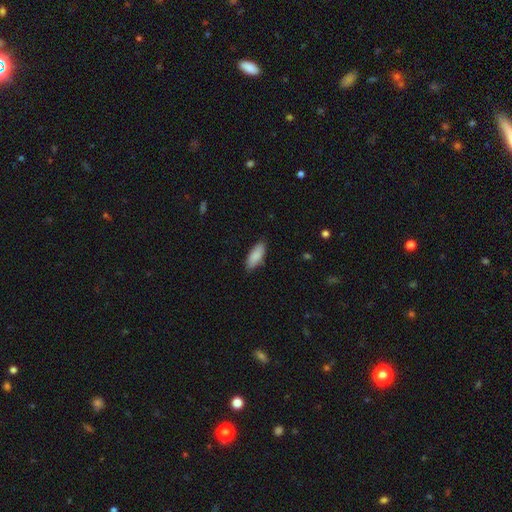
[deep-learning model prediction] smooth-or-featured: smooth: 88% | featured or disk: 6% | star or artifact: 6%
  how-rounded: in between: 73% | cigar-shaped: 25% | round: 2%
  merging: none: 84% | minor disturbance: 13% | major disturbance: 2% | merger: 1%